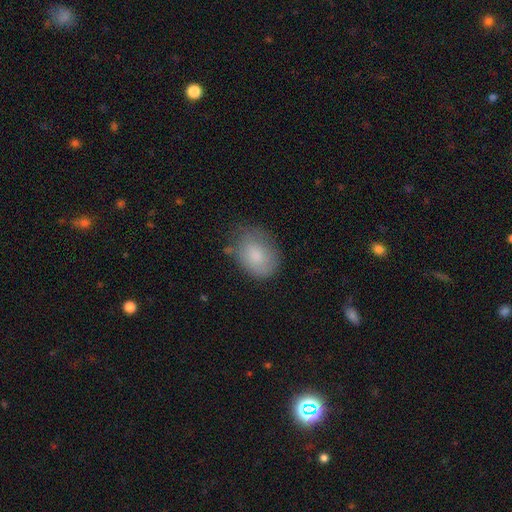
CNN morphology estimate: A smooth galaxy with no disk features (79%) that is in between round and cigar-shaped (73%).

Vote fractions:
- Smooth or featured? smooth: 79% / featured or disk: 13% / star or artifact: 7%
- How rounded? in between: 73% / round: 26% / cigar-shaped: 1%
- Merging? none: 58% / minor disturbance: 30% / major disturbance: 9% / merger: 3%